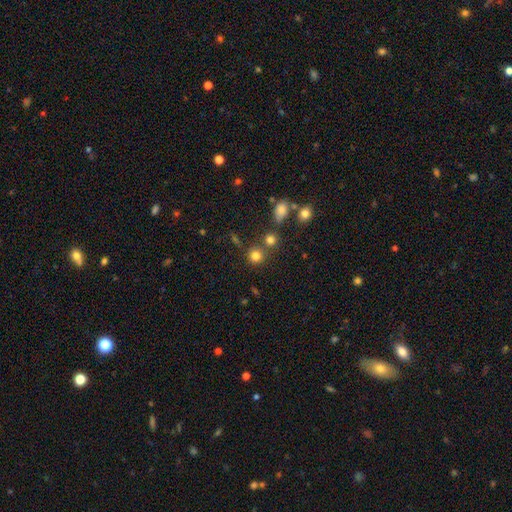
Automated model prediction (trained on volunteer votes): Smooth or featured: smooth — 78% (star or artifact — 15%)
How rounded: round — 89% (in between — 10%)
Merging: none — 71% (merger — 16%)